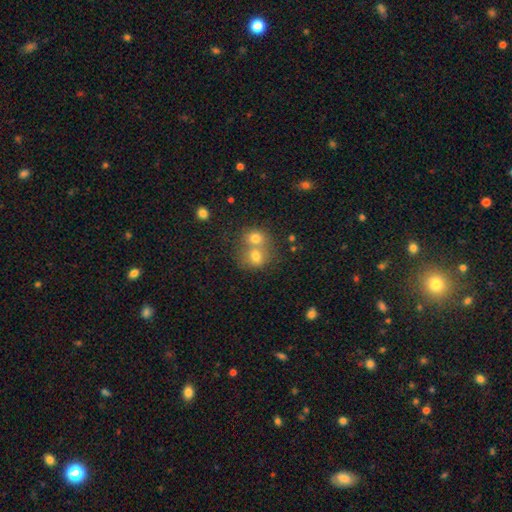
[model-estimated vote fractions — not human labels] This appears to be a smooth galaxy with no disk features (61%) that is round (80%). Merging: merger (54%).